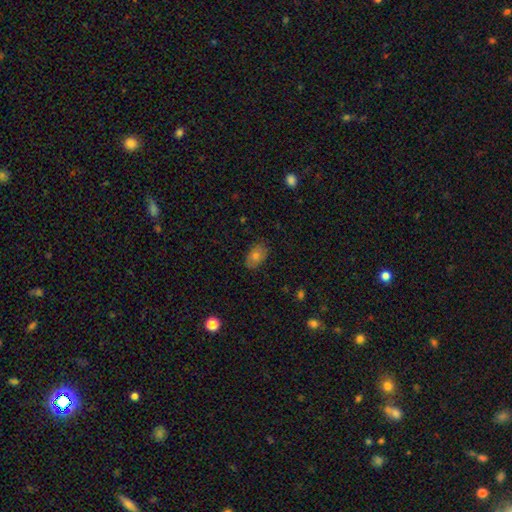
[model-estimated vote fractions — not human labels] Smooth or featured? Predicted: smooth (p=0.73). How rounded? Predicted: in between (p=0.86). Merging? Predicted: none (p=0.84).